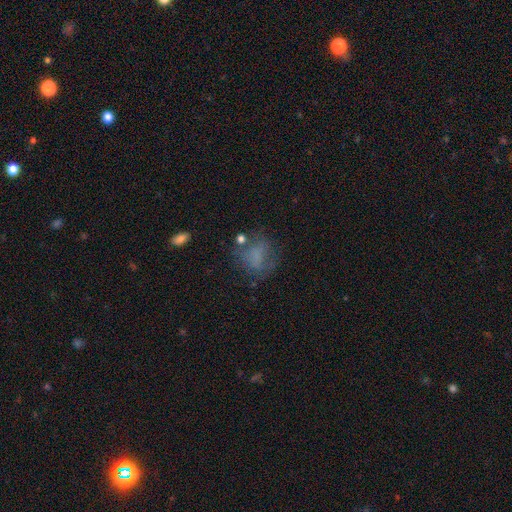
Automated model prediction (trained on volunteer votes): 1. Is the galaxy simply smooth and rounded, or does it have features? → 58% smooth, 27% featured or disk, 15% star or artifact.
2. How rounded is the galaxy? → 53% round, 45% in between, 2% cigar-shaped.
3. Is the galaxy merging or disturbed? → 49% none, 23% major disturbance, 23% minor disturbance, 6% merger.